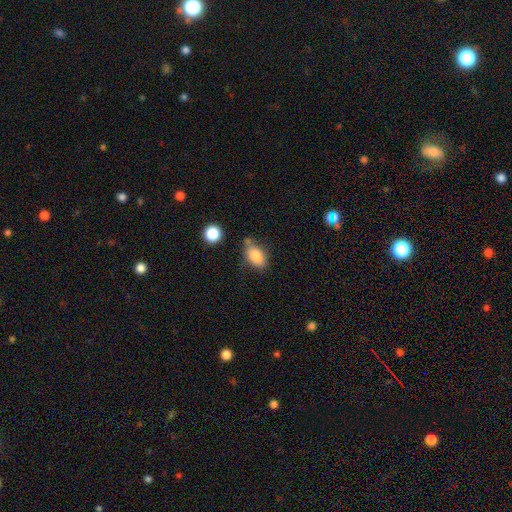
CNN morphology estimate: Overall: smooth (84%). How rounded: in between (88%). Merging: none (63%).